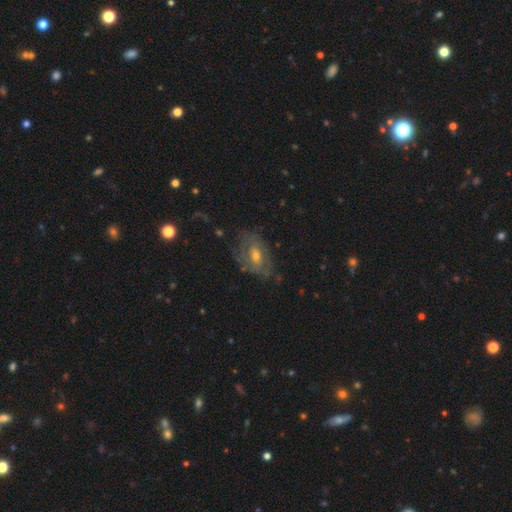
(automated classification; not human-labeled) Q: Smooth or featured?
A: featured or disk (64%); runner-up: smooth (26%)
Q: Edge-on disk?
A: no (93%); runner-up: yes (7%)
Q: Bar?
A: no (51%); runner-up: weak (39%)
Q: Spiral arms?
A: yes (69%); runner-up: no (31%)
Q: Bulge size?
A: moderate (53%); runner-up: small (41%)
Q: Merging?
A: none (63%); runner-up: minor disturbance (23%)